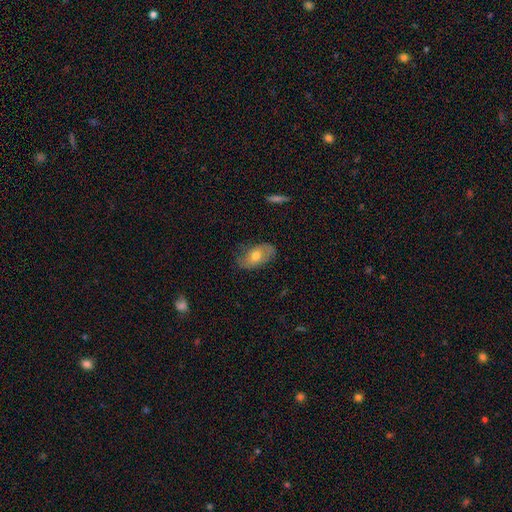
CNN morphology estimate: Smooth or featured: smooth — 56% (featured or disk — 37%)
How rounded: in between — 90% (round — 8%)
Merging: none — 73% (minor disturbance — 20%)